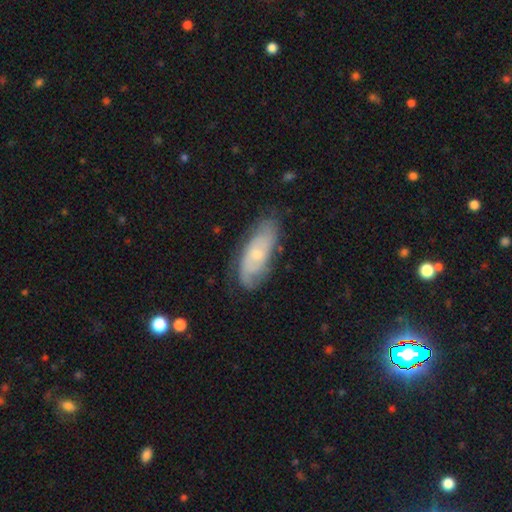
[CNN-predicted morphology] smooth-or-featured: featured or disk: 61% | smooth: 32% | star or artifact: 6%
  disk-edge-on: no: 88% | yes: 12%
    bar: no: 72% | weak: 24% | strong: 4%
    has-spiral-arms: yes: 85% | no: 15%
    bulge-size: small: 61% | moderate: 33% | none: 3% | large: 2% | dominant: 1%
  merging: none: 69% | minor disturbance: 22% | major disturbance: 7% | merger: 2%